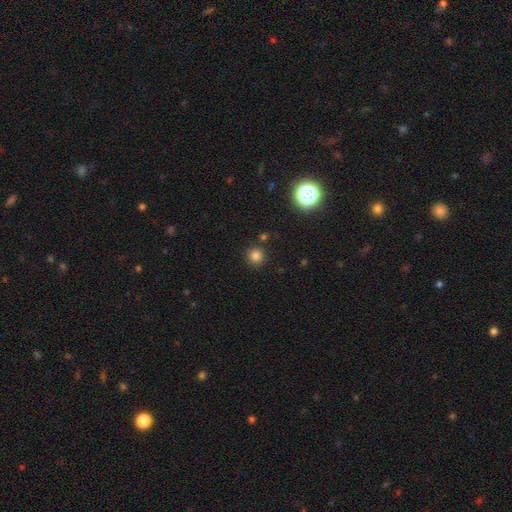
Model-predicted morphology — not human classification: smooth_or_featured: smooth (p=0.80) [alt: star or artifact p=0.15]
how_rounded: round (p=0.94) [alt: in between p=0.05]
merging: none (p=0.85) [alt: minor disturbance p=0.07]